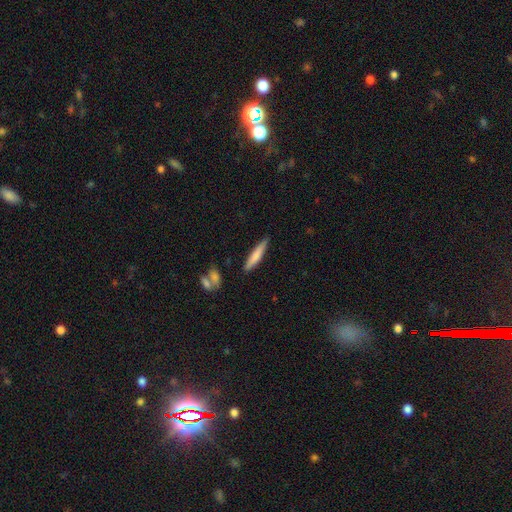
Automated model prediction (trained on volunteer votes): Smooth or featured: smooth — 71% (featured or disk — 23%)
How rounded: cigar-shaped — 90% (in between — 8%)
Merging: none — 85% (minor disturbance — 11%)